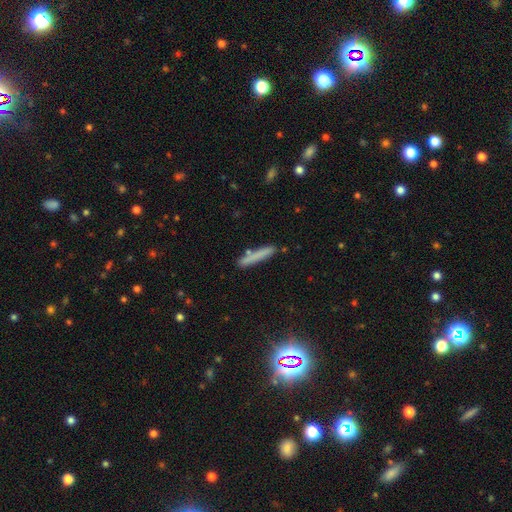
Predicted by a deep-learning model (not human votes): Smooth or featured? smooth (76%)
How rounded? cigar-shaped (94%)
Merging? none (83%)